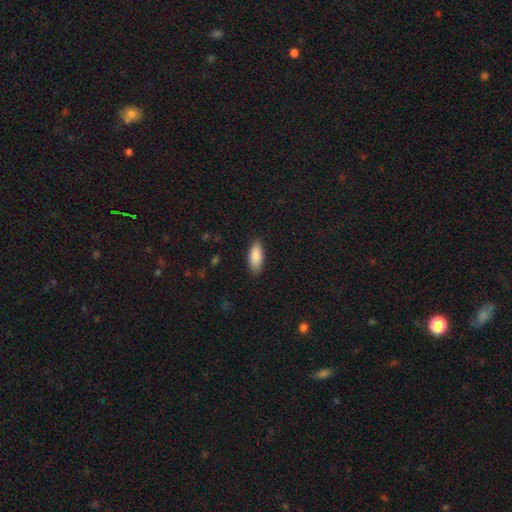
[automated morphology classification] Smooth or featured? Predicted: smooth (p=0.88). How rounded? Predicted: in between (p=0.79). Merging? Predicted: none (p=0.84).